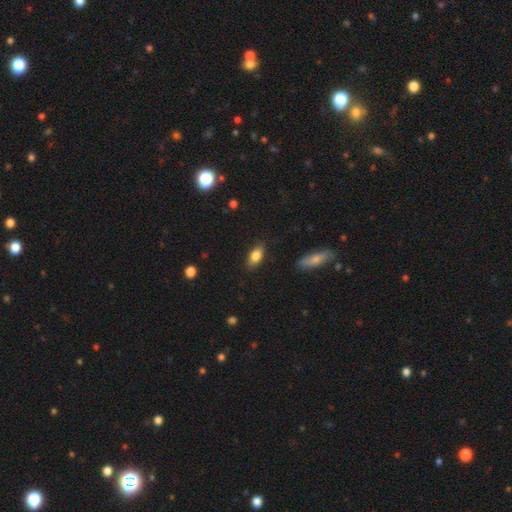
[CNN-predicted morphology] Smooth or featured? Predicted: smooth (p=0.82). How rounded? Predicted: in between (p=0.86). Merging? Predicted: none (p=0.83).